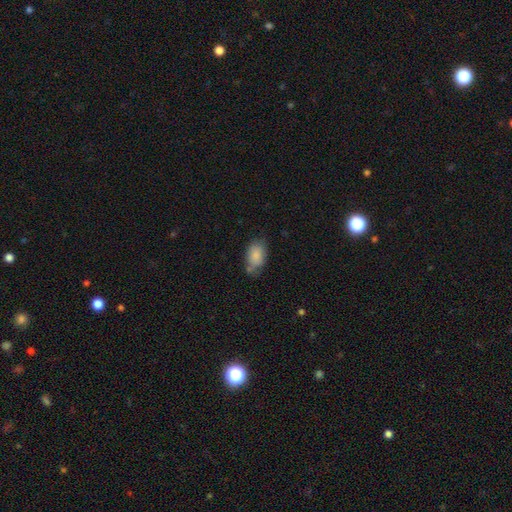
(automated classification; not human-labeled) Morphology: type=smooth (85%); roundness=in between (90%); merging=none (58%).